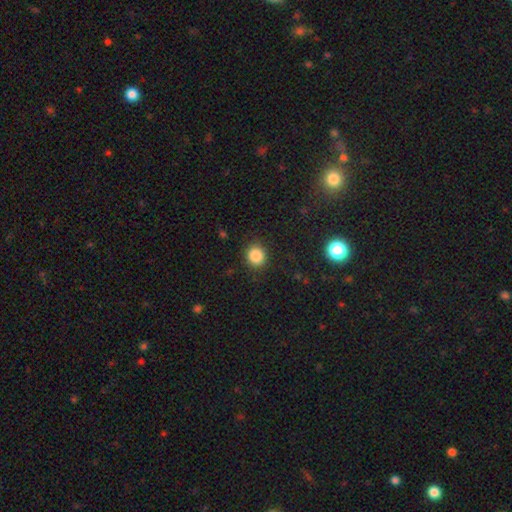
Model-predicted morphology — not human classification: This appears to be a smooth galaxy with no disk features (86%) that is round (84%). Merging: none (88%).